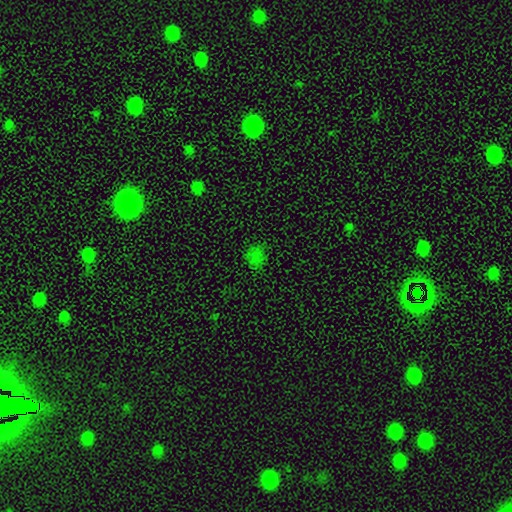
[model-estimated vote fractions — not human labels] A smooth galaxy with no disk features (56%) that is round (70%). Merging: none (79%).